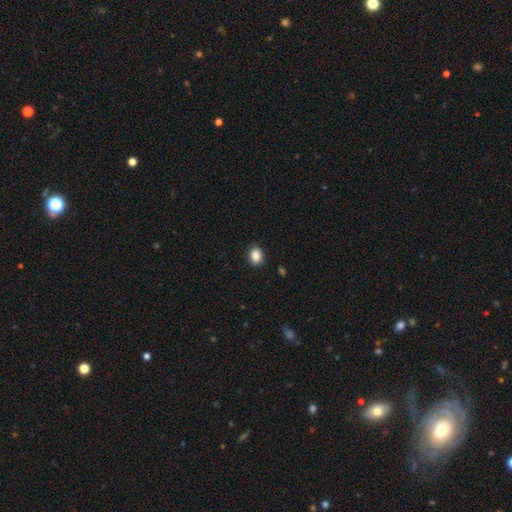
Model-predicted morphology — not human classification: Smooth or featured? smooth (88%)
How rounded? in between (59%)
Merging? none (87%)